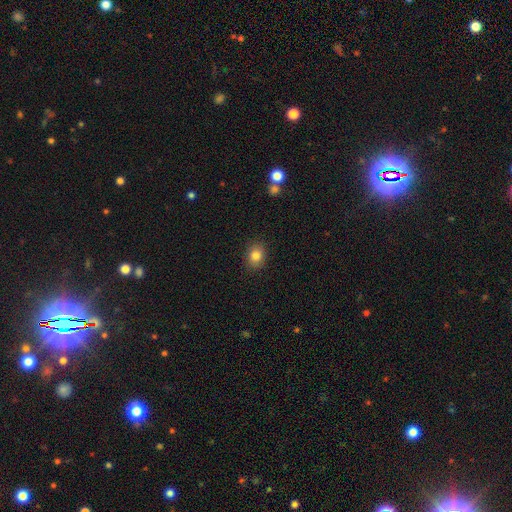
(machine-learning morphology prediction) Smooth or featured: smooth — 83% (star or artifact — 11%)
How rounded: in between — 51% (round — 48%)
Merging: none — 89% (minor disturbance — 8%)